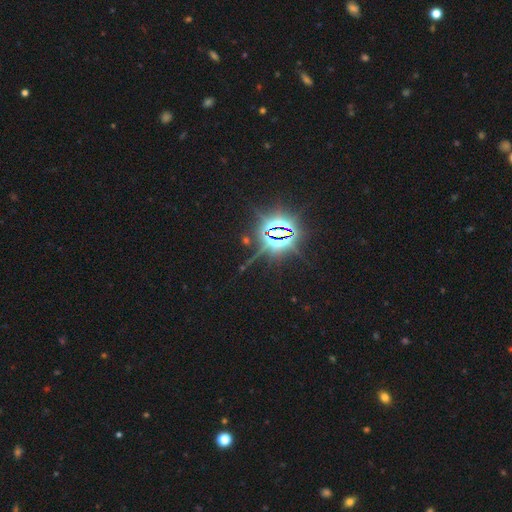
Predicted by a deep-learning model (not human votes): smooth_or_featured: star or artifact (p=0.85) [alt: featured or disk p=0.09]